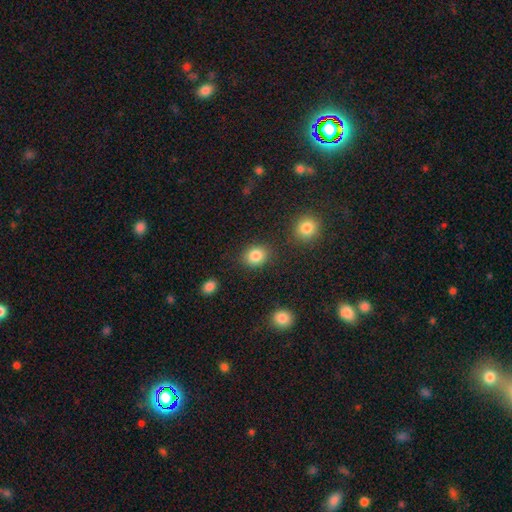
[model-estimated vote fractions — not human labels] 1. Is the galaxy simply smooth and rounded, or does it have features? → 86% smooth, 9% star or artifact, 5% featured or disk.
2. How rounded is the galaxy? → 60% round, 39% in between, 1% cigar-shaped.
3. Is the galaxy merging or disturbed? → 84% none, 9% minor disturbance, 4% merger, 3% major disturbance.